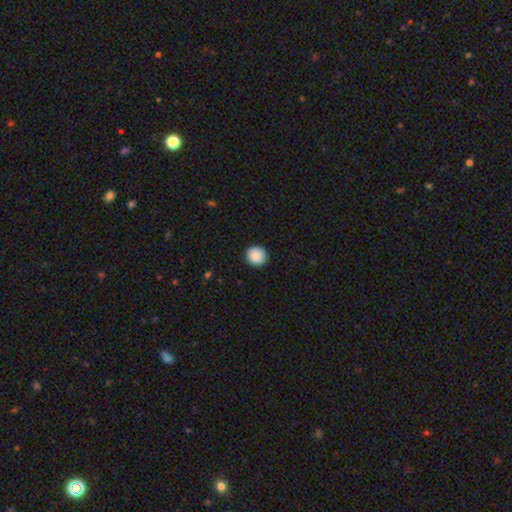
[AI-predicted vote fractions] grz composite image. It shows a smooth galaxy with no disk features (90%) that is round (92%). Merging: none (91%).